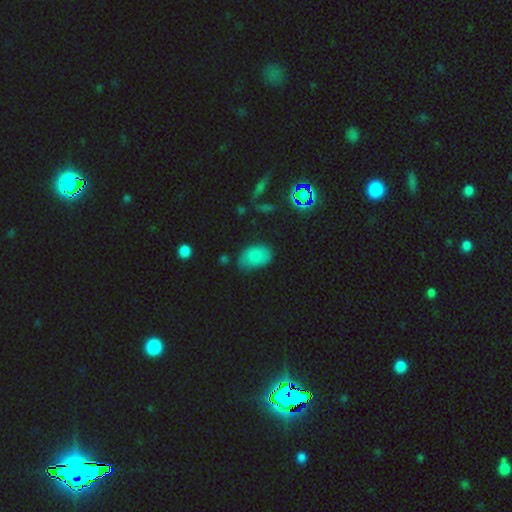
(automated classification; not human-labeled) smooth-or-featured: smooth: 79% | star or artifact: 12% | featured or disk: 9%
  how-rounded: in between: 89% | round: 10% | cigar-shaped: 1%
  merging: none: 63% | minor disturbance: 27% | major disturbance: 7% | merger: 3%